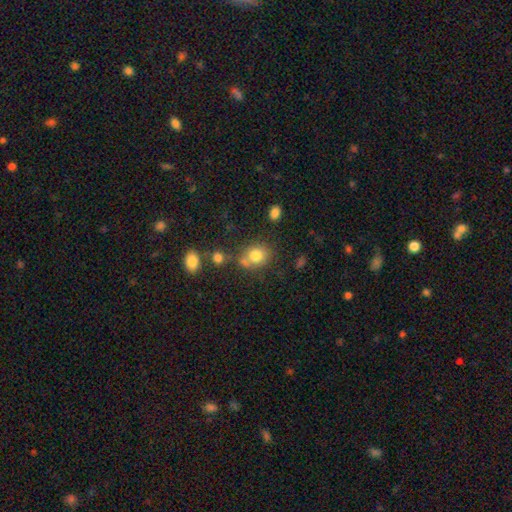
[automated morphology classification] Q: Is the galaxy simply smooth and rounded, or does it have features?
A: smooth — 79%.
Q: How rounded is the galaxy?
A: round — 70%.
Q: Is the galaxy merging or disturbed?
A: none — 58%.